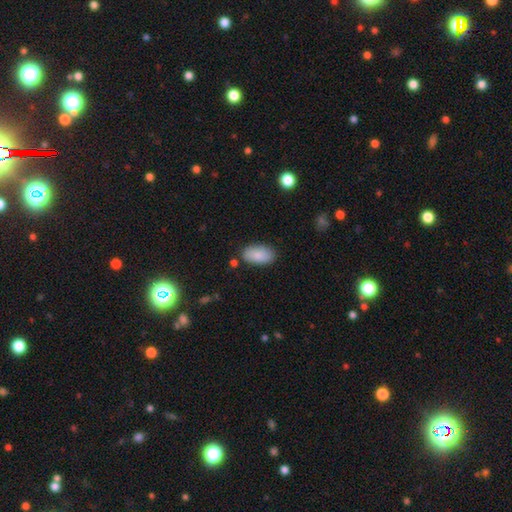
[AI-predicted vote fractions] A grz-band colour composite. It shows a smooth galaxy with no disk features (88%) that is in between round and cigar-shaped (94%). Merging: none (81%).